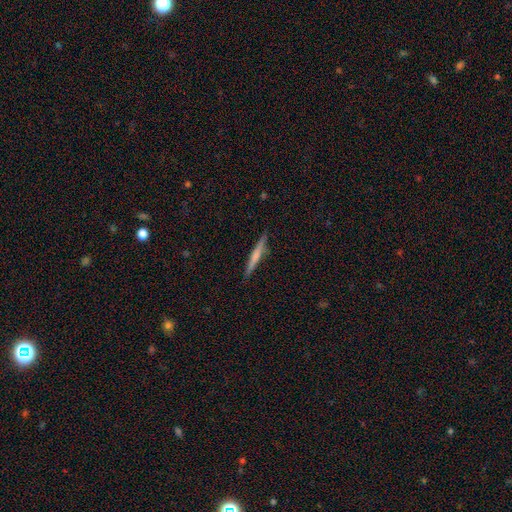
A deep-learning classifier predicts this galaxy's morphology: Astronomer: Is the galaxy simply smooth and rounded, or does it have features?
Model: smooth — 50% (runner-up: featured or disk, 44%).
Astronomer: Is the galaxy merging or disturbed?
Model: none — 89%.